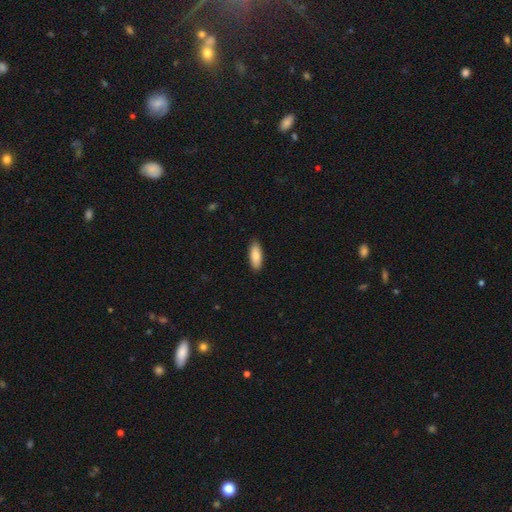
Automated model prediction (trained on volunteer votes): Smooth or featured?
  - smooth: 85% *
  - featured or disk: 9%
  - star or artifact: 6%
How rounded?
  - in between: 68% *
  - cigar-shaped: 30%
  - round: 2%
Merging?
  - none: 89% *
  - minor disturbance: 9%
  - major disturbance: 2%
  - merger: 1%